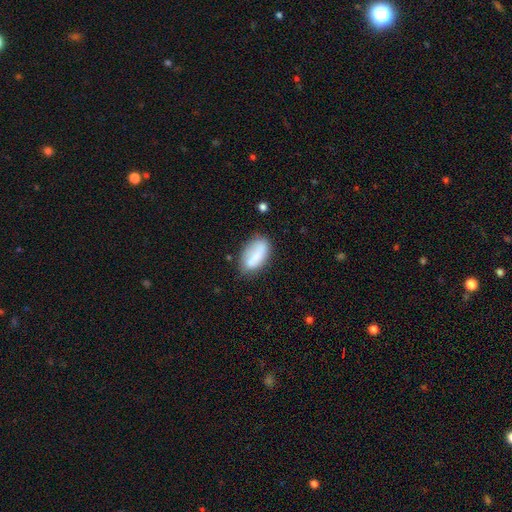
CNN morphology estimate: Smooth or featured: smooth — 77% (featured or disk — 16%)
How rounded: in between — 88% (cigar-shaped — 9%)
Merging: none — 58% (minor disturbance — 25%)